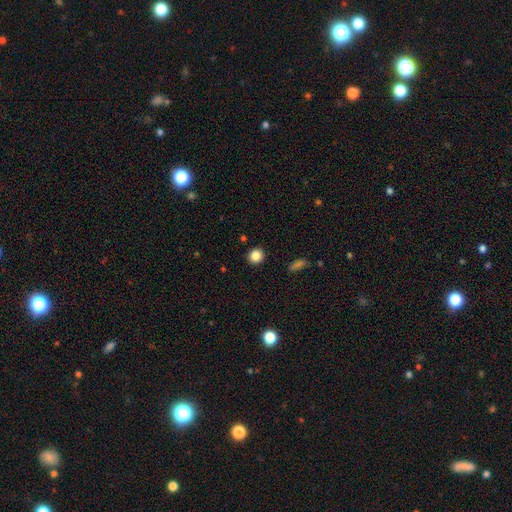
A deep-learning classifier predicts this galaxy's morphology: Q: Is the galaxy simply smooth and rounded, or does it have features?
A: smooth — 86%.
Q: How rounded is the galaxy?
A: round — 91%.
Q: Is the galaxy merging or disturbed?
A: none — 91%.